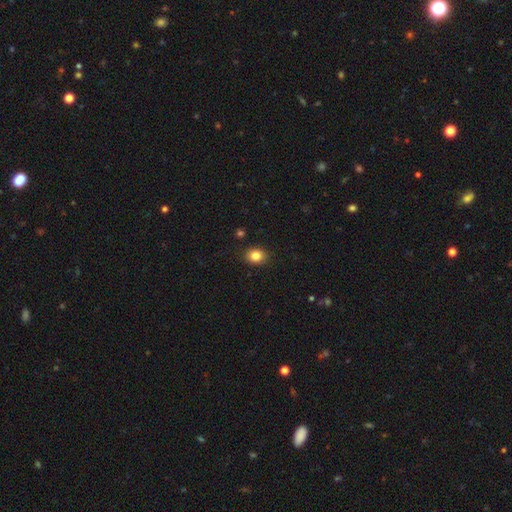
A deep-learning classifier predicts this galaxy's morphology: Q: Smooth or featured?
A: smooth (83%); runner-up: star or artifact (10%)
Q: How rounded?
A: round (51%); runner-up: in between (48%)
Q: Merging?
A: none (89%); runner-up: minor disturbance (8%)